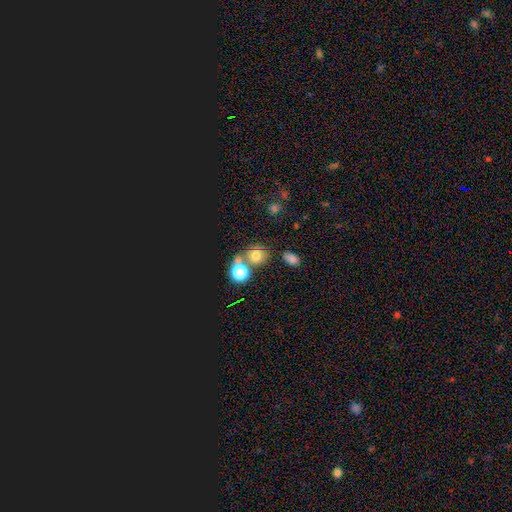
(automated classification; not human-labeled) smooth-or-featured: smooth: 65% | star or artifact: 25% | featured or disk: 10%
  how-rounded: round: 73% | in between: 26% | cigar-shaped: 1%
  merging: none: 55% | merger: 30% | minor disturbance: 10% | major disturbance: 5%